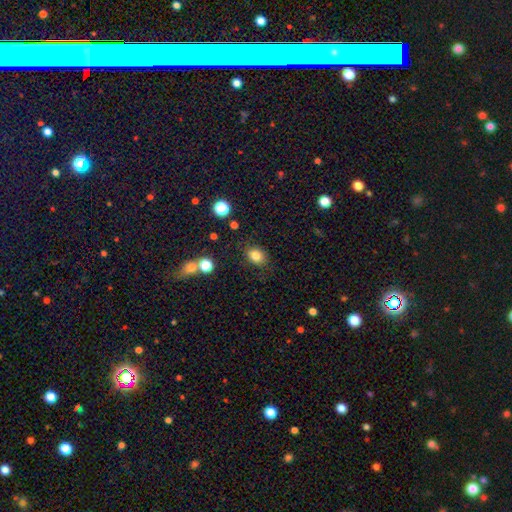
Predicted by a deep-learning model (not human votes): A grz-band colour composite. It shows a smooth galaxy with no disk features (82%) that is in between round and cigar-shaped (56%). Merging: none (82%).